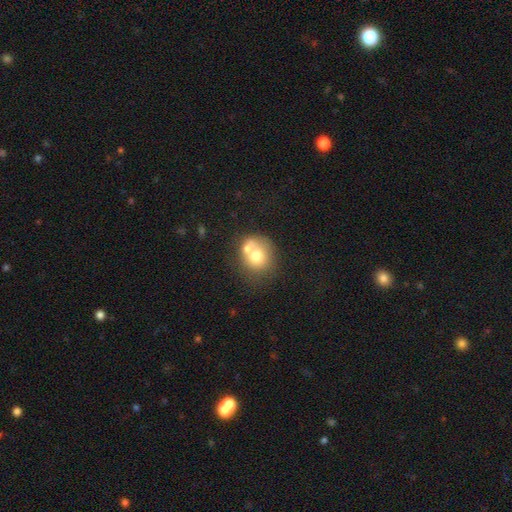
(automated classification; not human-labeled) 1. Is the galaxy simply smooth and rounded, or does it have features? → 67% smooth, 22% featured or disk, 10% star or artifact.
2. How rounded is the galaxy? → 77% round, 22% in between, 1% cigar-shaped.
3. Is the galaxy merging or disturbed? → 42% merger, 41% none, 11% minor disturbance, 5% major disturbance.